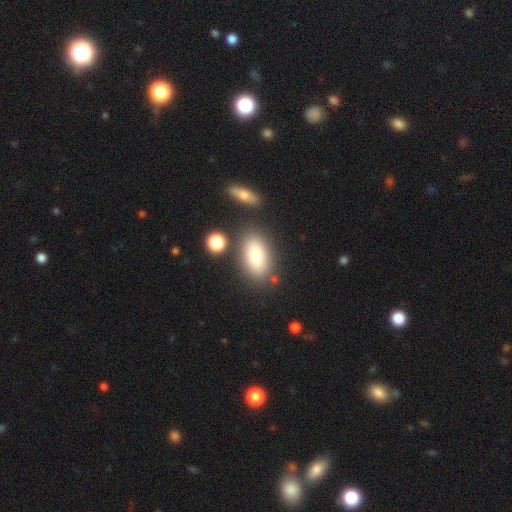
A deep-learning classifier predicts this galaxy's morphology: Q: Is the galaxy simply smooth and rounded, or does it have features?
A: smooth — 78%.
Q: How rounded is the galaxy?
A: in between — 88%.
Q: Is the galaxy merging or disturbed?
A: none — 76%.